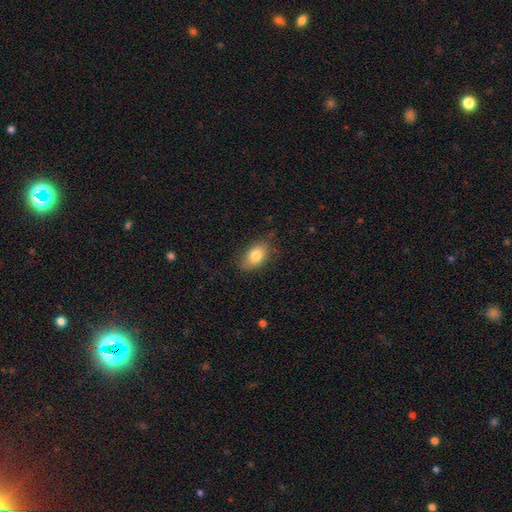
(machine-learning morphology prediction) Smooth or featured? smooth (81%)
How rounded? in between (88%)
Merging? none (79%)